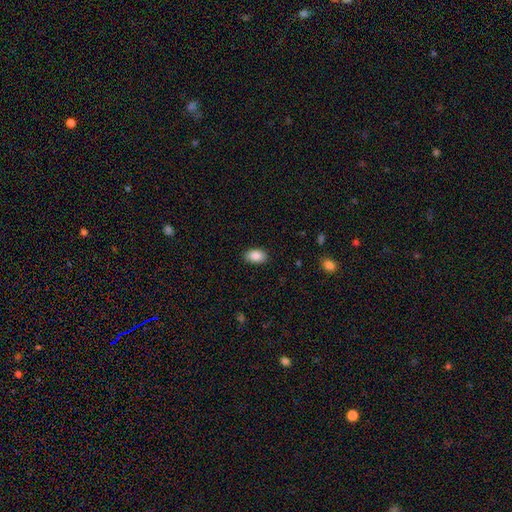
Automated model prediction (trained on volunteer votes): Smooth or featured: smooth — 88% (star or artifact — 7%)
How rounded: in between — 90% (round — 9%)
Merging: none — 87% (minor disturbance — 10%)